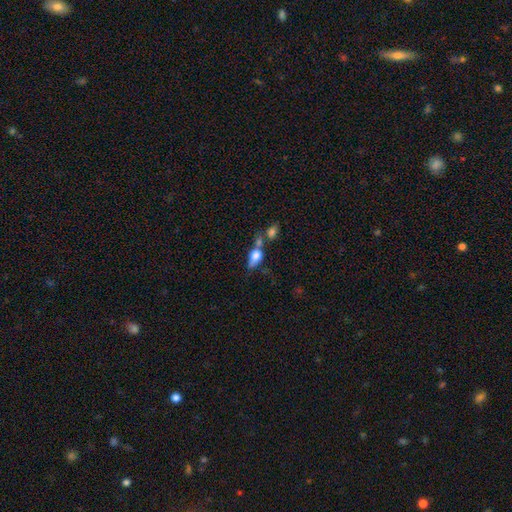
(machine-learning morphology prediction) smooth_or_featured: smooth (p=0.67) [alt: featured or disk p=0.23]
how_rounded: in between (p=0.66) [alt: round p=0.23]
merging: merger (p=0.42) [alt: none p=0.30]